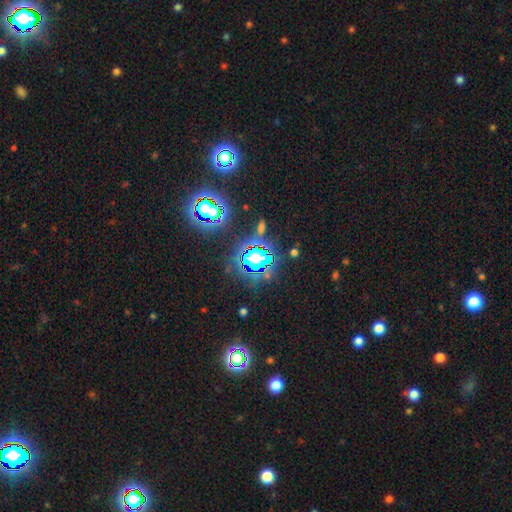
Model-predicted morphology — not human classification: This appears to be a star or artifact, not a galaxy (80%).